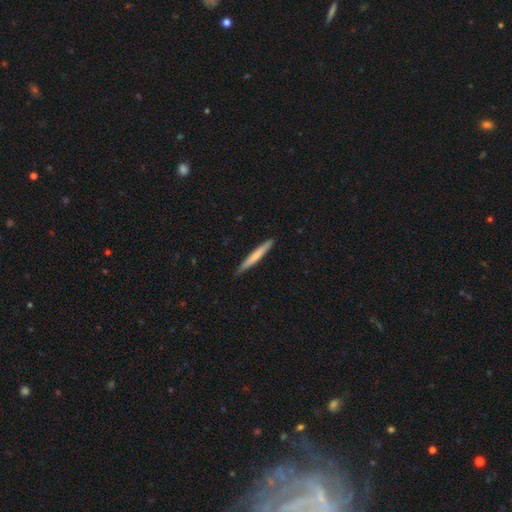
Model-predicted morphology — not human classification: This is likely a smooth galaxy (64%). How rounded: clearly cigar-shaped (96%). Merging: clearly none (89%).